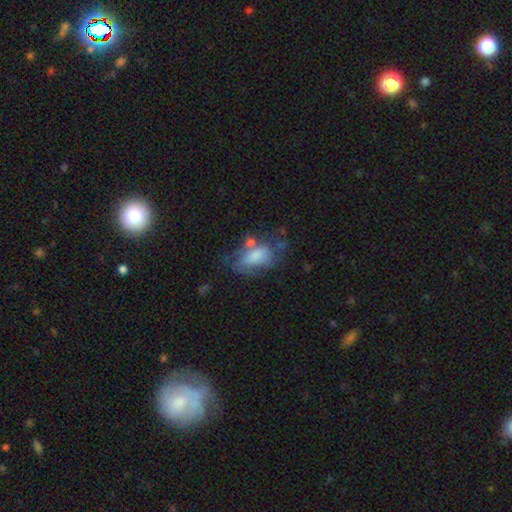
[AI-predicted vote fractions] The model was most divided on "merging": none: 32%, major disturbance: 27%, minor disturbance: 26%, merger: 16%. More confident: how rounded — in between (89%); smooth or featured — smooth (64%).